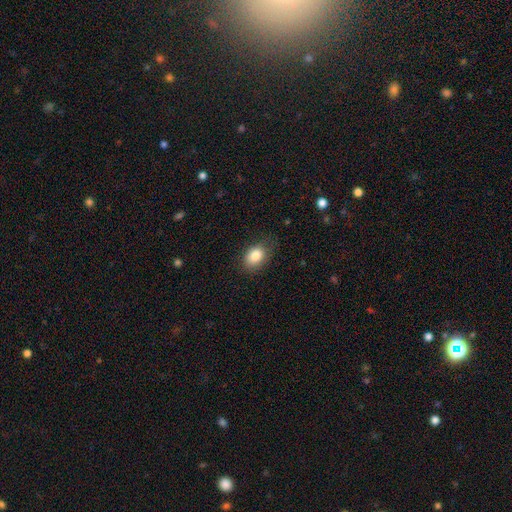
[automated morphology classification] Smooth or featured: smooth — 85% (star or artifact — 8%)
How rounded: in between — 77% (round — 22%)
Merging: none — 75% (minor disturbance — 19%)